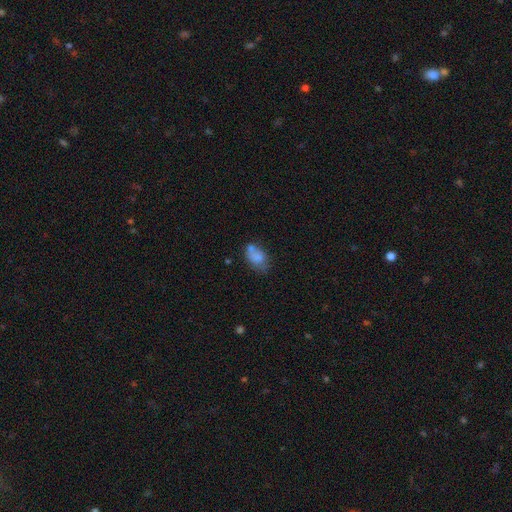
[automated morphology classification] smooth-or-featured: smooth: 72% | featured or disk: 19% | star or artifact: 9%
  how-rounded: in between: 84% | round: 15% | cigar-shaped: 2%
  merging: none: 41% | merger: 28% | minor disturbance: 22% | major disturbance: 9%